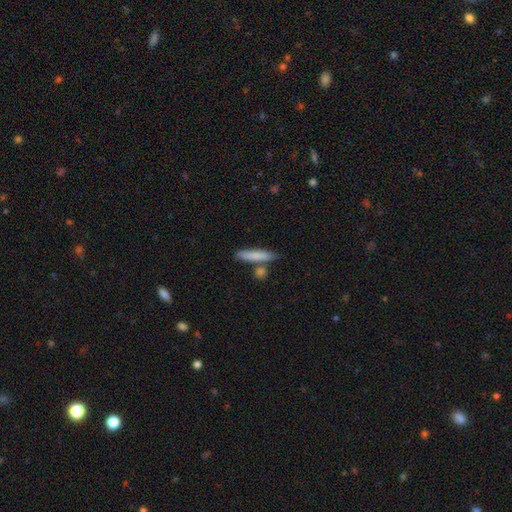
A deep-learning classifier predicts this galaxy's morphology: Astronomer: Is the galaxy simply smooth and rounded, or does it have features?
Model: smooth — 78%.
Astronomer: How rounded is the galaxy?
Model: cigar-shaped — 86%.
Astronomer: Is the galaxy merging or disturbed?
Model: none — 73%.